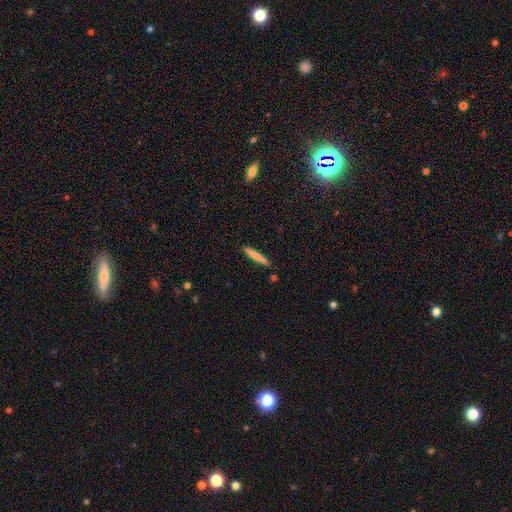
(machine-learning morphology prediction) The model was most divided on "smooth or featured": smooth: 75%, featured or disk: 19%, star or artifact: 6%. More confident: how rounded — cigar-shaped (95%); merging — none (89%).